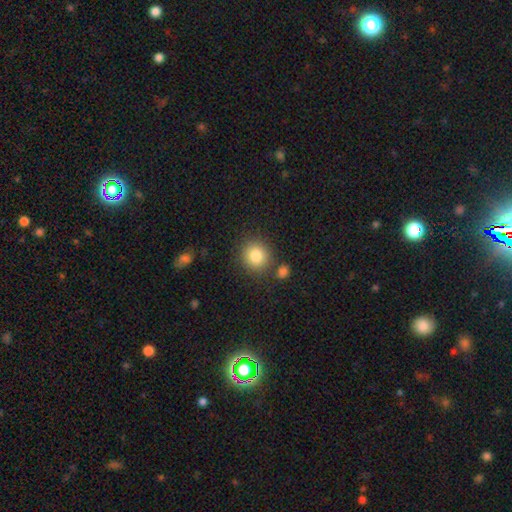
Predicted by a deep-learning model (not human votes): The model was most divided on "merging": none: 80%, minor disturbance: 9%, merger: 8%, major disturbance: 3%. More confident: how rounded — round (88%); smooth or featured — smooth (84%).